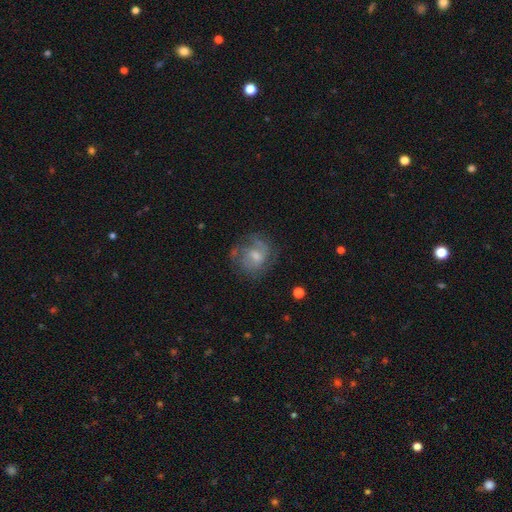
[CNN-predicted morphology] Smooth or featured?
  - featured or disk: 65% *
  - smooth: 24%
  - star or artifact: 11%
Edge-on disk?
  - no: 97% *
  - yes: 3%
Bar?
  - no: 55% *
  - weak: 39%
  - strong: 6%
Spiral arms?
  - yes: 84% *
  - no: 16%
Spiral winding?
  - tight: 47% *
  - medium: 40%
  - loose: 14%
Spiral arm count?
  - can't tell: 38% *
  - 2: 32%
  - 3: 16%
  - 1: 6%
  - 4: 5%
  - more than 4: 3%
Bulge size?
  - moderate: 48% *
  - small: 39%
  - none: 7%
  - large: 5%
  - dominant: 1%
Merging?
  - none: 69% *
  - minor disturbance: 18%
  - major disturbance: 11%
  - merger: 2%